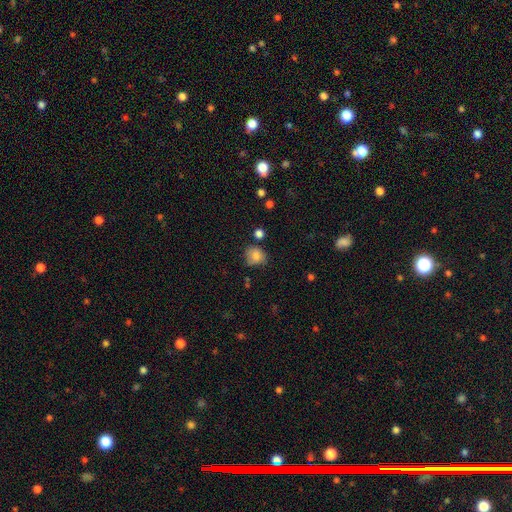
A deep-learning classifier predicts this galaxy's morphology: smooth-or-featured: smooth: 80% | star or artifact: 10% | featured or disk: 9%
  how-rounded: round: 73% | in between: 26% | cigar-shaped: 1%
  merging: none: 65% | minor disturbance: 25% | major disturbance: 5% | merger: 5%